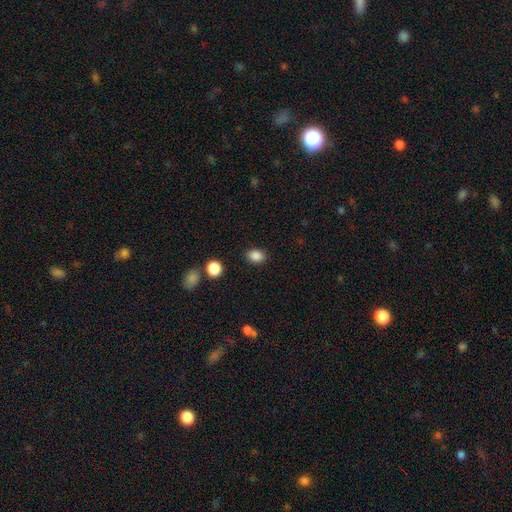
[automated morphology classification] The model was most divided on "how rounded": in between: 64%, round: 35%, cigar-shaped: 1%. More confident: smooth or featured — smooth (86%); merging — none (85%).